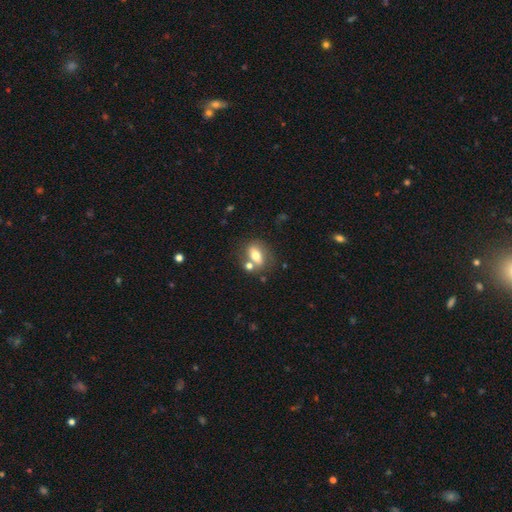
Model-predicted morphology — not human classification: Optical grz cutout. It shows a smooth galaxy with no disk features (68%) that is in between round and cigar-shaped (78%). Merging: none (54%).